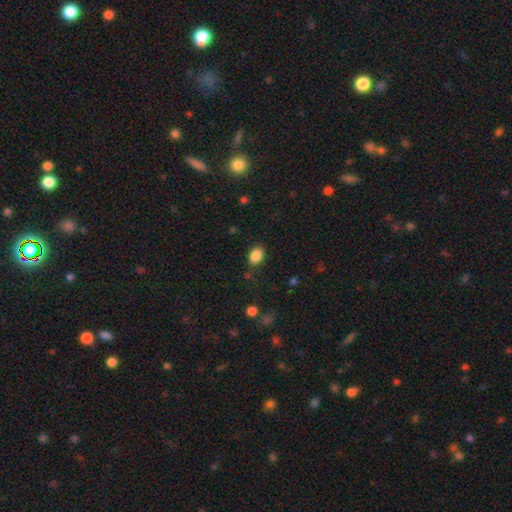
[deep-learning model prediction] Overall: smooth (87%). How rounded: in between (75%). Merging: none (82%).